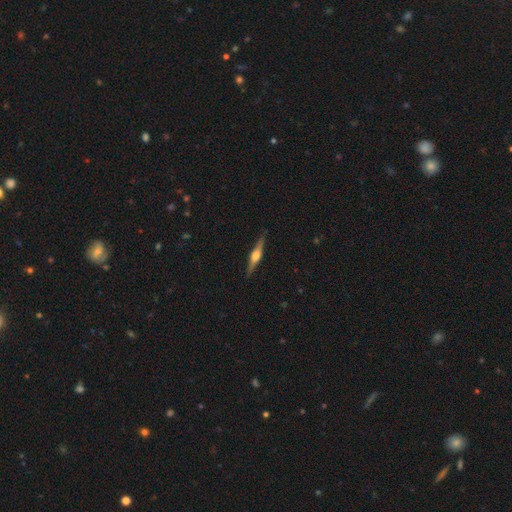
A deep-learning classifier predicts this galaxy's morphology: type=featured or disk (75%); edge-on=yes (98%); edge-on bulge=rounded (89%); merging=none (90%).